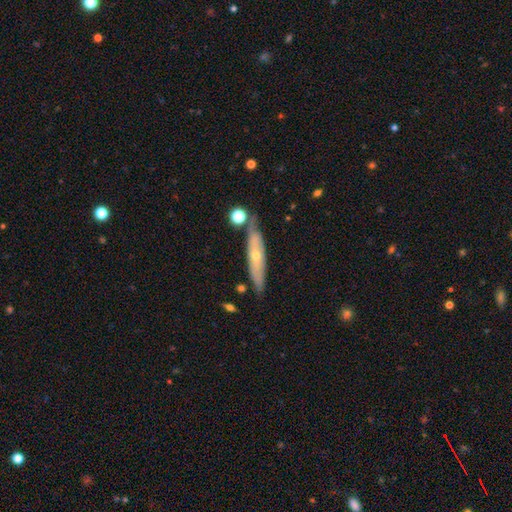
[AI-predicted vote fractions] Morphology: type=featured or disk (56%); edge-on=yes (65%); merging=none (73%).